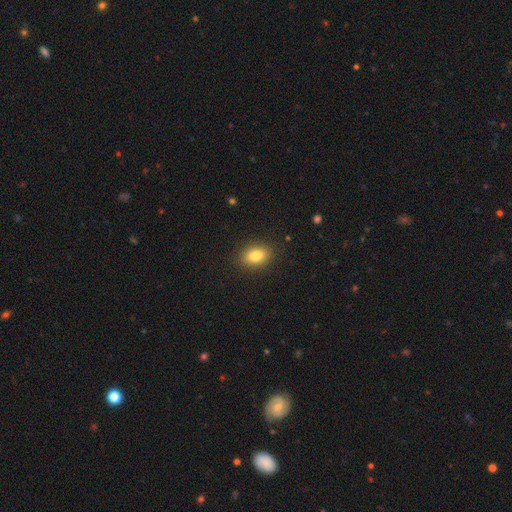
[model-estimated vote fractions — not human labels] Smooth or featured: smooth — 82% (featured or disk — 9%)
How rounded: in between — 80% (round — 18%)
Merging: none — 88% (minor disturbance — 8%)